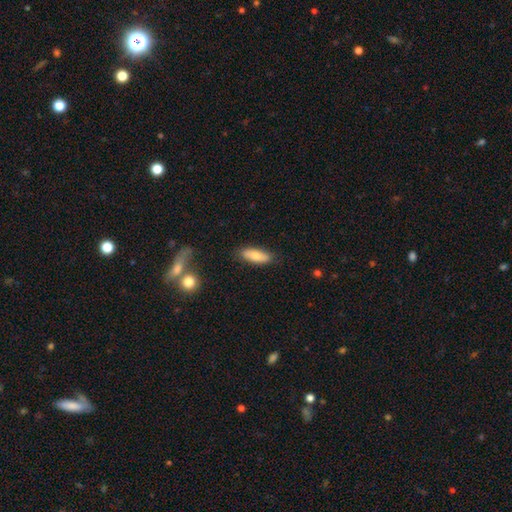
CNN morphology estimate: This appears to be a smooth galaxy with no disk features (78%) that is in between round and cigar-shaped (62%). Merging: none (83%).